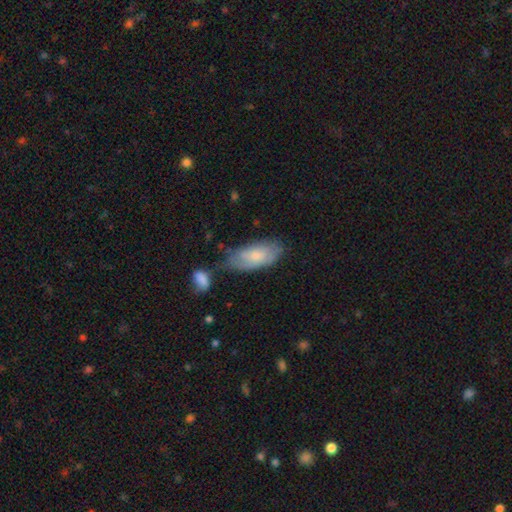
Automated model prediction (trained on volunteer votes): This appears to be a smooth galaxy with no disk features (63%) that is in between round and cigar-shaped (87%). Merging: none (55%).